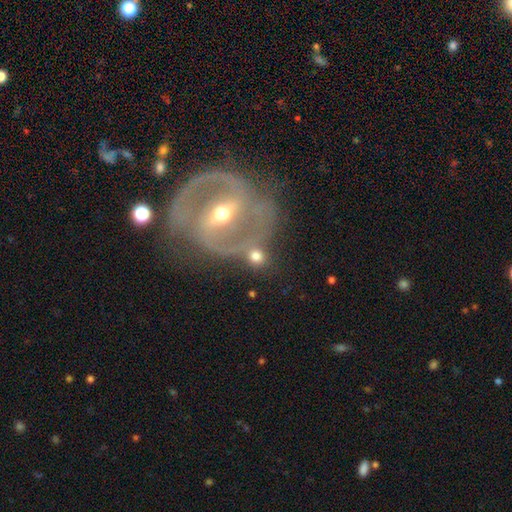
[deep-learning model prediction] Q: Smooth or featured?
A: featured or disk (46%); runner-up: smooth (45%)
Q: Merging?
A: none (52%); runner-up: merger (24%)